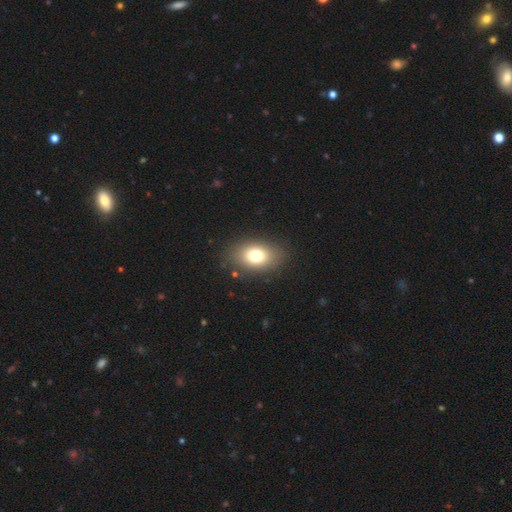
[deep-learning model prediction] A smooth galaxy with no disk features (76%) that is in between round and cigar-shaped (77%). Merging: none (86%).